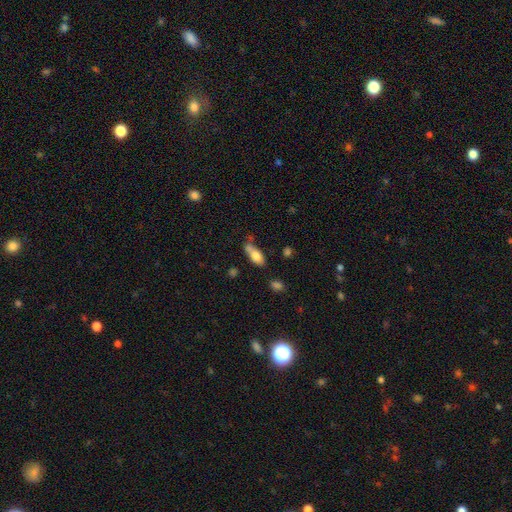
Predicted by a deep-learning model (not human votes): Smooth or featured? smooth (77%)
How rounded? in between (80%)
Merging? none (43%)